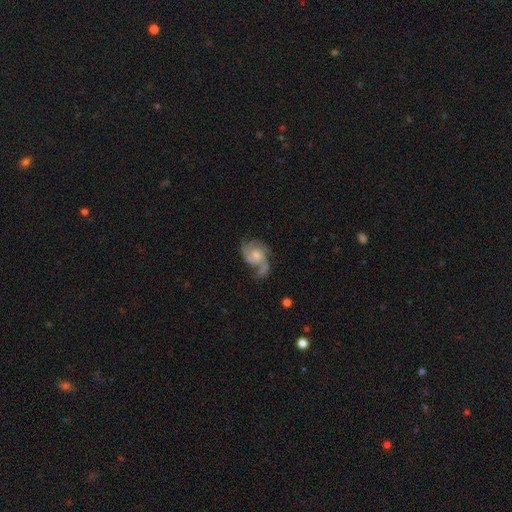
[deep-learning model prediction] Smooth or featured? featured or disk (84%)
Edge-on disk? no (98%)
Bar? no (72%)
Spiral arms? yes (96%)
Spiral winding? medium (49%)
Spiral arm count? 3 (43%)
Bulge size? moderate (47%)
Merging? none (48%)